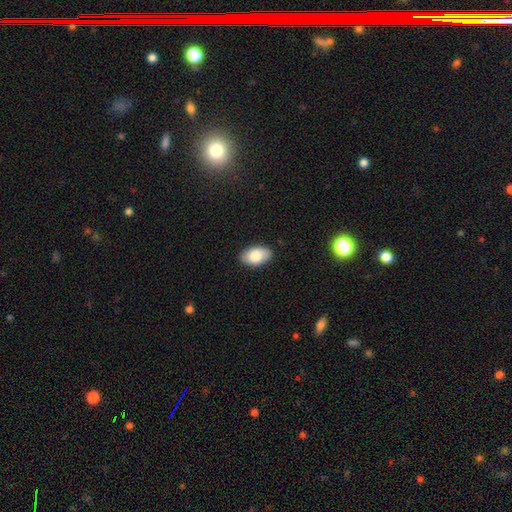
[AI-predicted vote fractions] The model was most divided on "smooth or featured": smooth: 83%, featured or disk: 11%, star or artifact: 6%. More confident: how rounded — in between (94%); merging — none (87%).